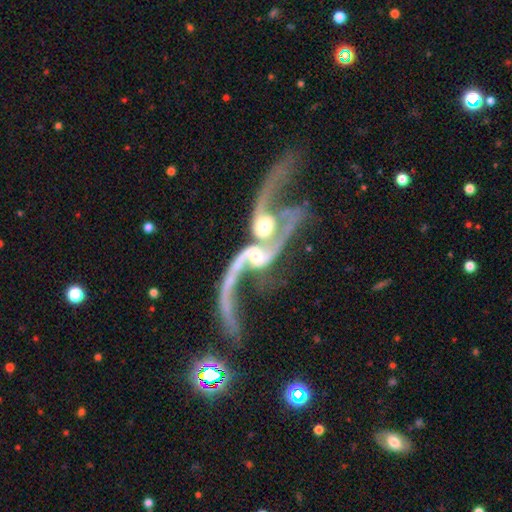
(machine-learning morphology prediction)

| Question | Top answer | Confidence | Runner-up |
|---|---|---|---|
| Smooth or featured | featured or disk | 84% | smooth (9%) |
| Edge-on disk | no | 94% | yes (6%) |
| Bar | no | 59% | weak (26%) |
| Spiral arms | yes | 86% | no (14%) |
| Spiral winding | loose | 88% | medium (9%) |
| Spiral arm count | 2 | 71% | 1 (16%) |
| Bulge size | moderate | 53% | small (28%) |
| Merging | merger | 76% | major disturbance (12%) |